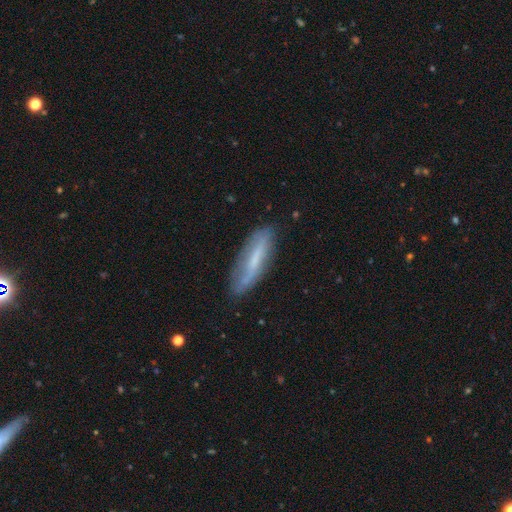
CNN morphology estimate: This is possibly a smooth galaxy (48%). Merging: likely none (78%).